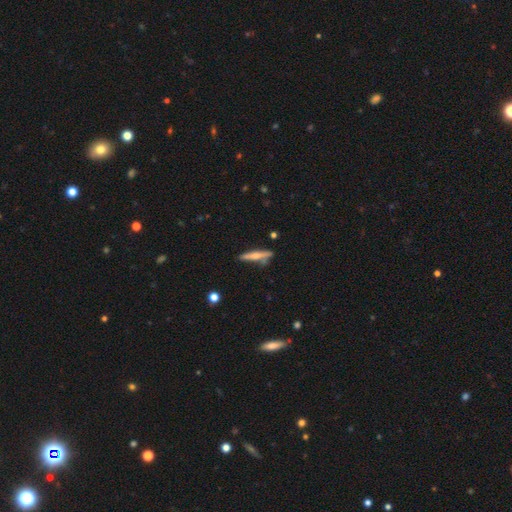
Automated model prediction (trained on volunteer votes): A featured or disk galaxy (49%).

Vote fractions:
- Smooth or featured? featured or disk: 49% / smooth: 44% / star or artifact: 6%
- Merging? none: 77% / minor disturbance: 15% / merger: 5% / major disturbance: 3%